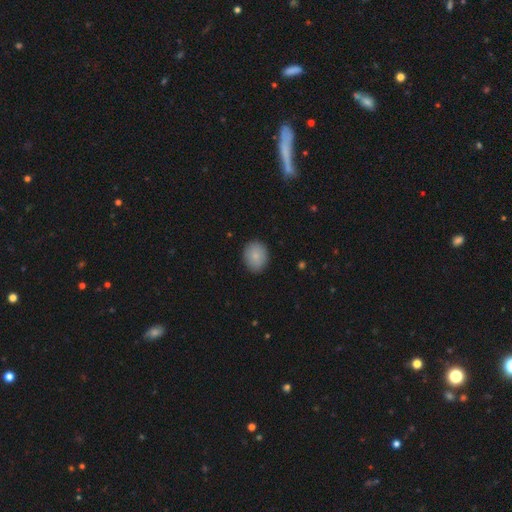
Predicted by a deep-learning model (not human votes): Q: Smooth or featured?
A: smooth (85%); runner-up: featured or disk (8%)
Q: How rounded?
A: round (56%); runner-up: in between (43%)
Q: Merging?
A: none (87%); runner-up: minor disturbance (10%)